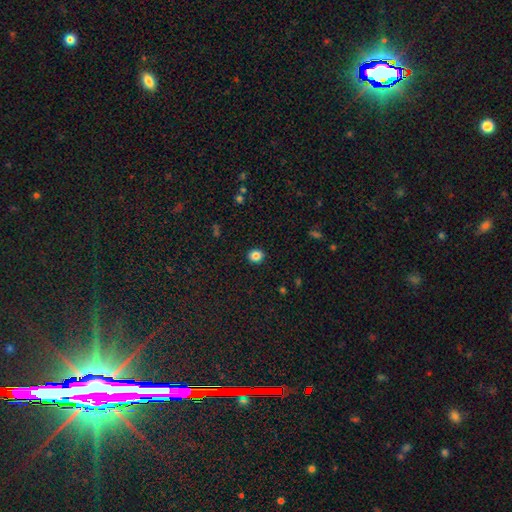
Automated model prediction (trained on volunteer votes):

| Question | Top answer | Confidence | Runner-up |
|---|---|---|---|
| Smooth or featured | smooth | 84% | star or artifact (11%) |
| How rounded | round | 79% | in between (20%) |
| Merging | none | 91% | minor disturbance (6%) |